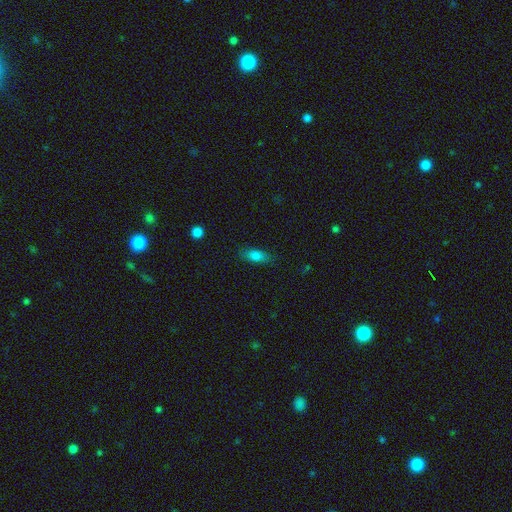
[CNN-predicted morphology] Smooth or featured? Predicted: smooth (p=0.77). How rounded? Predicted: in between (p=0.73). Merging? Predicted: none (p=0.84).